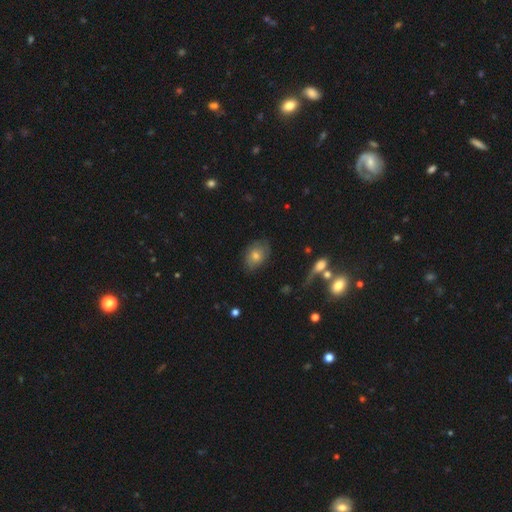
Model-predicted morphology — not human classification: smooth-or-featured: smooth: 62% | featured or disk: 27% | star or artifact: 11%
  how-rounded: in between: 75% | round: 23% | cigar-shaped: 2%
  merging: none: 72% | minor disturbance: 18% | major disturbance: 7% | merger: 2%